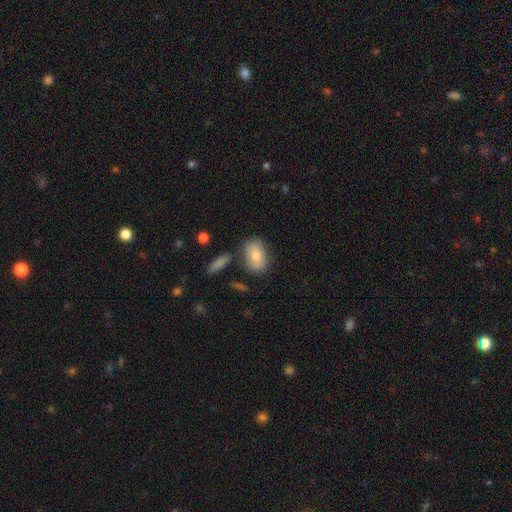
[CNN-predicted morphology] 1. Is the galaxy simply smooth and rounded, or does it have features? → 72% smooth, 21% featured or disk, 7% star or artifact.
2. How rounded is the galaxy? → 84% in between, 14% round, 2% cigar-shaped.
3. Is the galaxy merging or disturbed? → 74% none, 16% minor disturbance, 7% merger, 4% major disturbance.